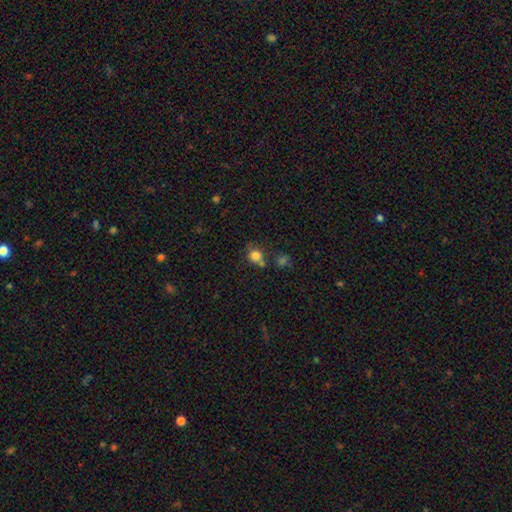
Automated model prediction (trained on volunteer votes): A smooth galaxy with no disk features (79%) that is round (85%). Merging: none (59%).